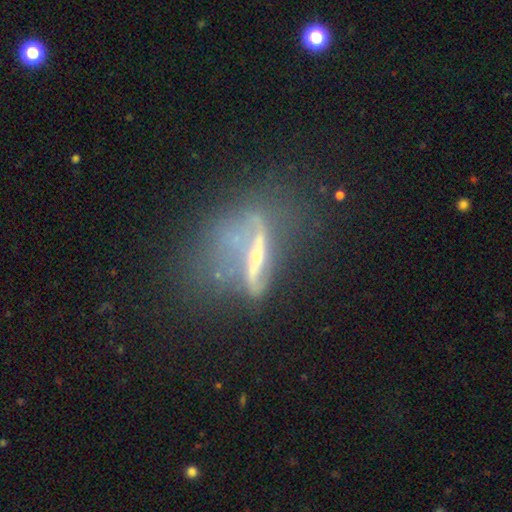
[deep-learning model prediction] A featured or disk galaxy (75%). Merging: none (37%).